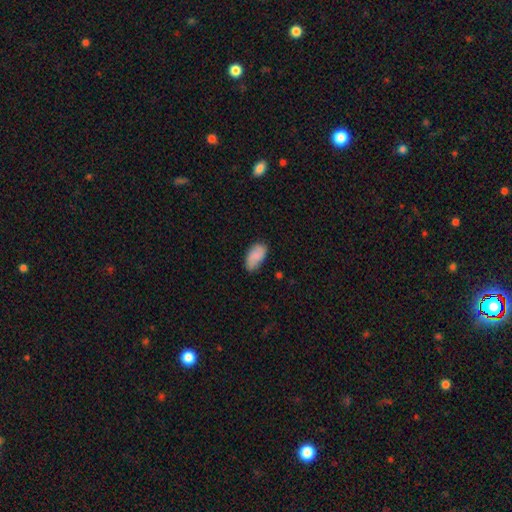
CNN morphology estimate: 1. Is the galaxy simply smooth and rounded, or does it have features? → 80% smooth, 13% featured or disk, 7% star or artifact.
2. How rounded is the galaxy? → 94% in between, 3% round, 3% cigar-shaped.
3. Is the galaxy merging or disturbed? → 73% none, 22% minor disturbance, 4% major disturbance, 1% merger.